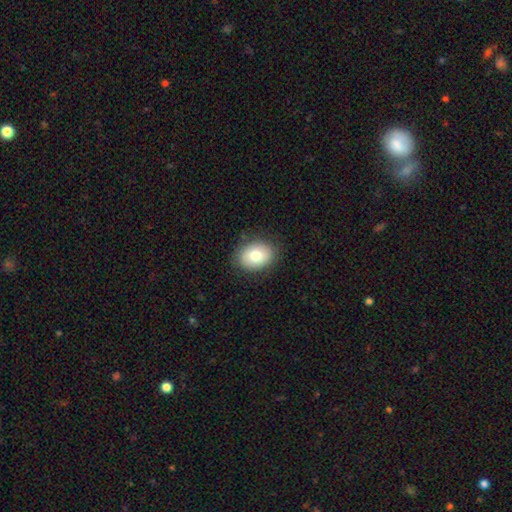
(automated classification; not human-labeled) smooth-or-featured: smooth: 79% | featured or disk: 13% | star or artifact: 8%
  how-rounded: in between: 63% | round: 36% | cigar-shaped: 1%
  merging: none: 86% | minor disturbance: 10% | major disturbance: 3% | merger: 1%